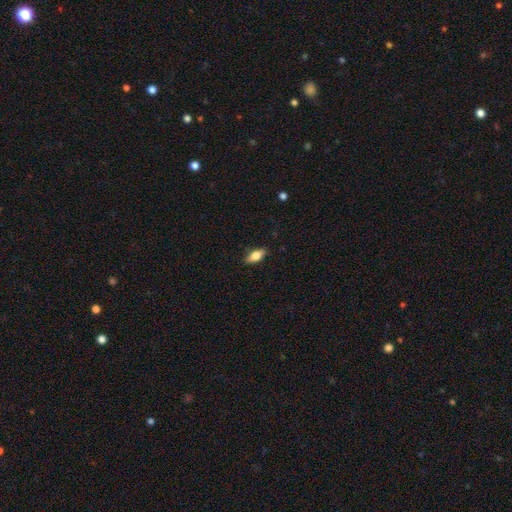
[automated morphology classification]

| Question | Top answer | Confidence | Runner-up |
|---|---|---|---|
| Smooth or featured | smooth | 76% | featured or disk (17%) |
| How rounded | in between | 83% | cigar-shaped (13%) |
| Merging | none | 86% | minor disturbance (11%) |